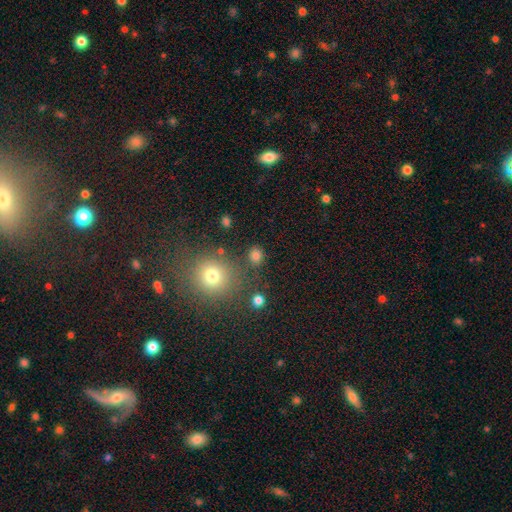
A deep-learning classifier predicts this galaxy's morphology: A smooth galaxy with no disk features (79%) that is round (75%). Merging: none (81%).